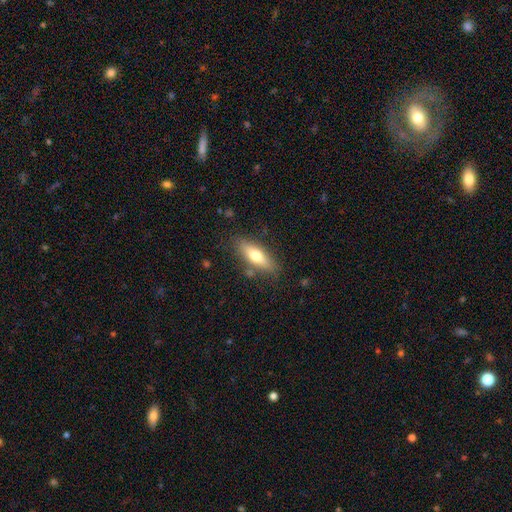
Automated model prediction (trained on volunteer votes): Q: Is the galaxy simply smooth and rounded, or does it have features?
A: smooth — 65%.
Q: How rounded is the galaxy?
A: in between — 54%.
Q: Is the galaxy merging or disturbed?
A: none — 81%.